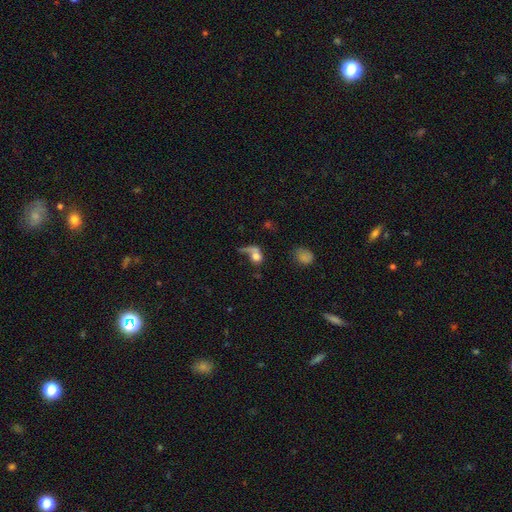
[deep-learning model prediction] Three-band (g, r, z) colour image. It shows a smooth galaxy with no disk features (62%) that is round (54%). Merging: major disturbance (38%).